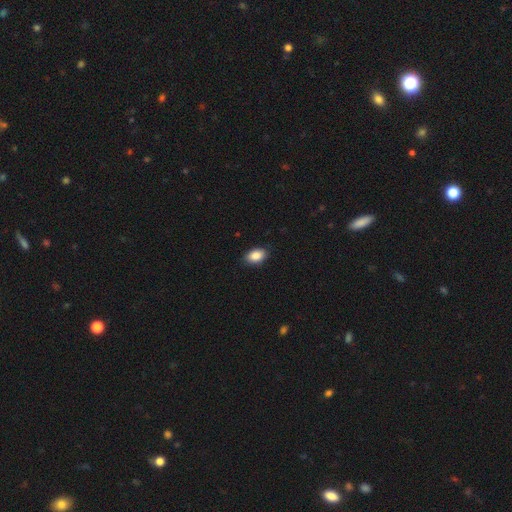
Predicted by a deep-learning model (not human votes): This appears to be a smooth galaxy with no disk features (88%) that is in between round and cigar-shaped (90%). Merging: none (87%).